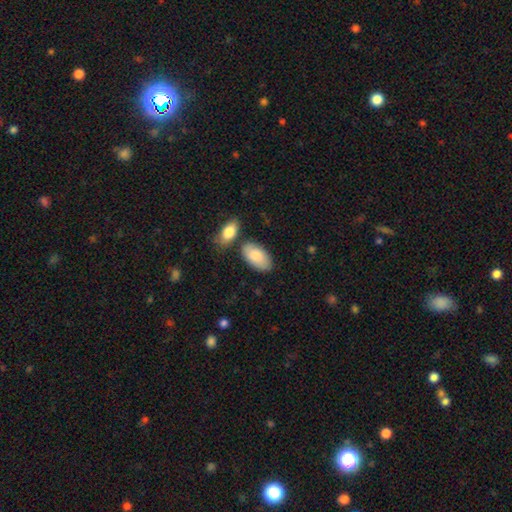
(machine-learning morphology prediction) The model was most divided on "merging": none: 69%, minor disturbance: 14%, merger: 13%, major disturbance: 3%. More confident: how rounded — in between (95%); smooth or featured — smooth (83%).